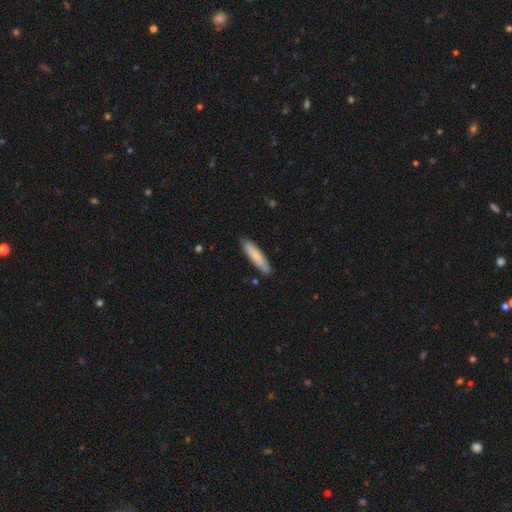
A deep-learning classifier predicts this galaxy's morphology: The model was most divided on "how rounded": cigar-shaped: 74%, in between: 24%, round: 1%. More confident: merging — none (84%); smooth or featured — smooth (78%).